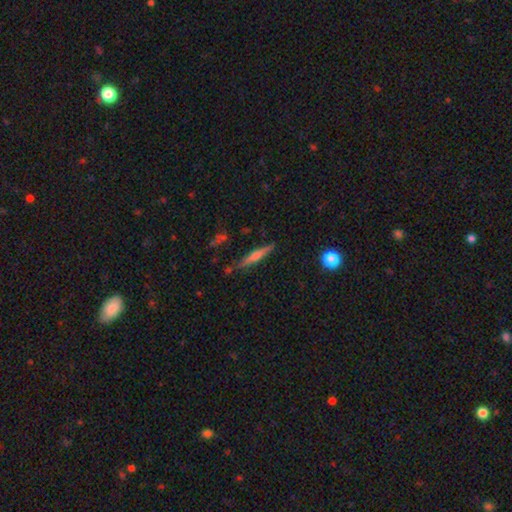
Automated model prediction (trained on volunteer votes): This appears to be a featured or disk galaxy (53%) viewed edge-on (96%) with a rounded central bulge (67%). Merging: none (85%).